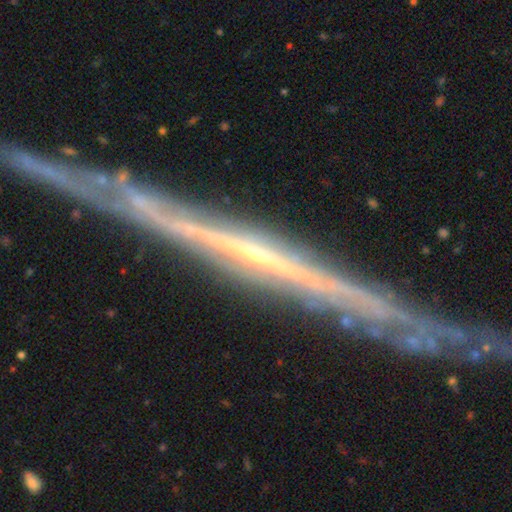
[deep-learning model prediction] Morphology: type=featured or disk (73%); edge-on=yes (92%); edge-on bulge=none (64%); merging=none (78%).